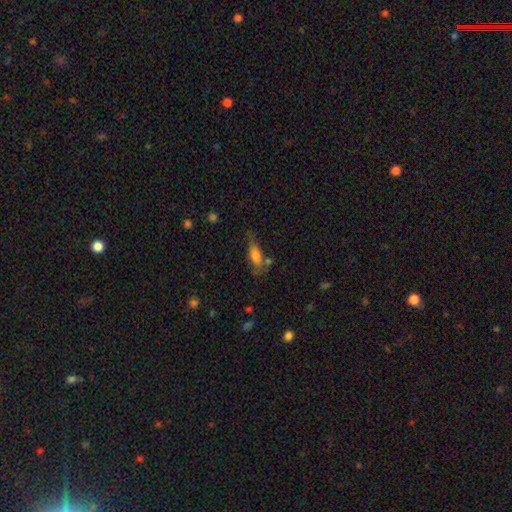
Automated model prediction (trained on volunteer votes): Smooth or featured? smooth (70%)
How rounded? in between (67%)
Merging? none (48%)